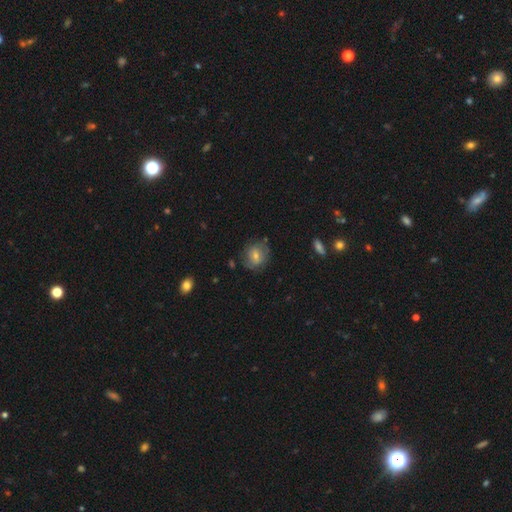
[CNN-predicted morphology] Smooth or featured?
  - smooth: 55% *
  - featured or disk: 31%
  - star or artifact: 14%
How rounded?
  - round: 72% *
  - in between: 26%
  - cigar-shaped: 1%
Merging?
  - none: 76% *
  - minor disturbance: 16%
  - major disturbance: 5%
  - merger: 2%